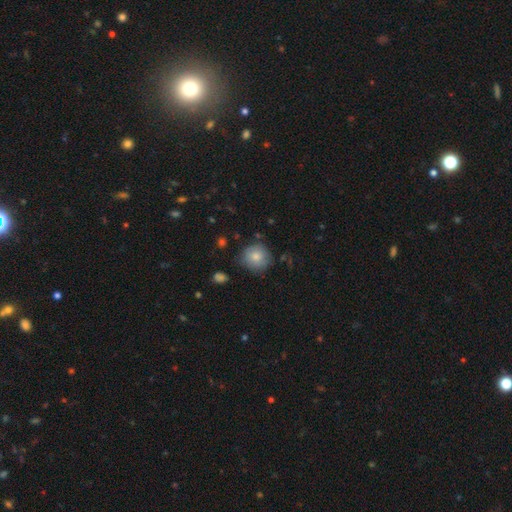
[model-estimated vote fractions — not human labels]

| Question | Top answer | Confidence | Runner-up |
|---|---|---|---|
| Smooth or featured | smooth | 80% | featured or disk (12%) |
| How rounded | round | 87% | in between (12%) |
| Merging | none | 74% | minor disturbance (20%) |